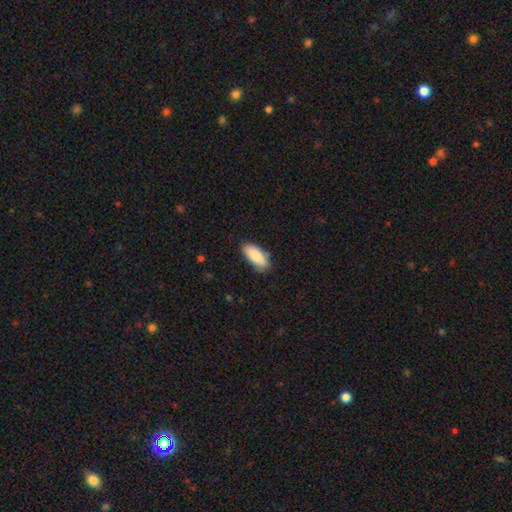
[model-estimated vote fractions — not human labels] Morphology: type=smooth (87%); roundness=in between (85%); merging=none (83%).